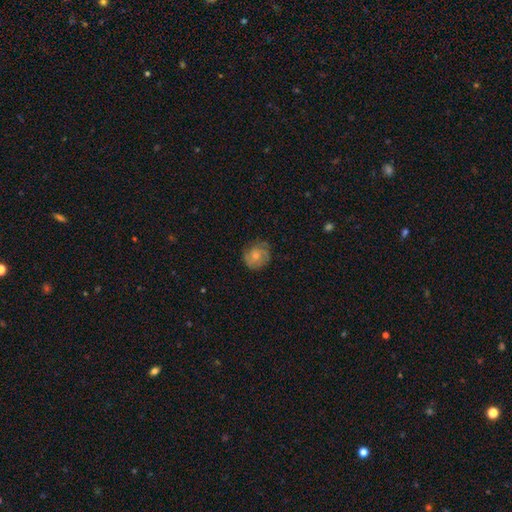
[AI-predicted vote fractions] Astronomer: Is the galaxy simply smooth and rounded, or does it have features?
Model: smooth — 54% (runner-up: featured or disk, 38%).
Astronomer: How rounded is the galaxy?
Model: round — 76%.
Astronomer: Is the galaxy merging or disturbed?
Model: none — 69%.